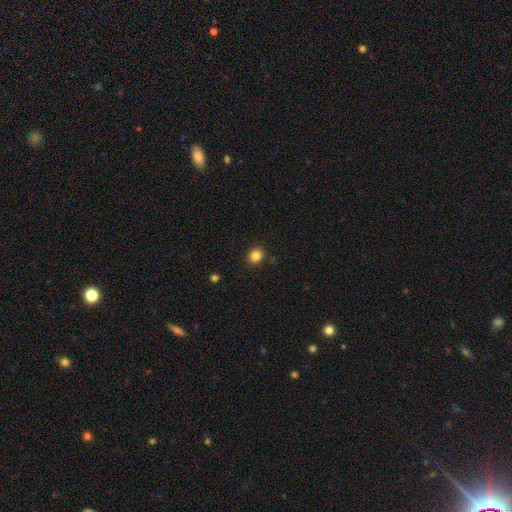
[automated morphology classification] Smooth or featured?
  - smooth: 84% *
  - star or artifact: 12%
  - featured or disk: 5%
How rounded?
  - round: 82% *
  - in between: 17%
  - cigar-shaped: 1%
Merging?
  - none: 89% *
  - minor disturbance: 7%
  - major disturbance: 2%
  - merger: 2%